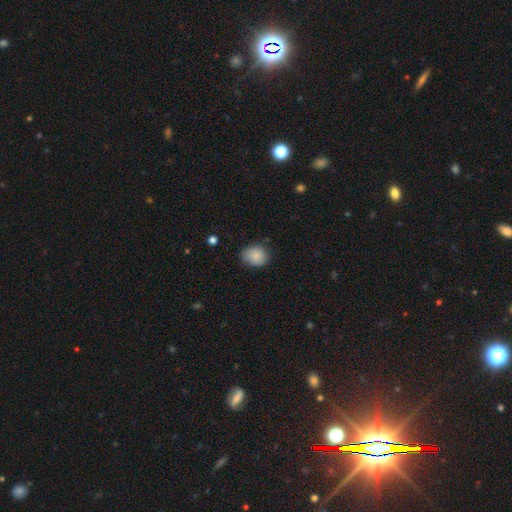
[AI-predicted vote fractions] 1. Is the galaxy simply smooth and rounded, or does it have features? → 84% smooth, 8% featured or disk, 8% star or artifact.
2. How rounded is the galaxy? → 64% round, 35% in between, 1% cigar-shaped.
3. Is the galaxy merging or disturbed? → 69% none, 24% minor disturbance, 5% major disturbance, 2% merger.